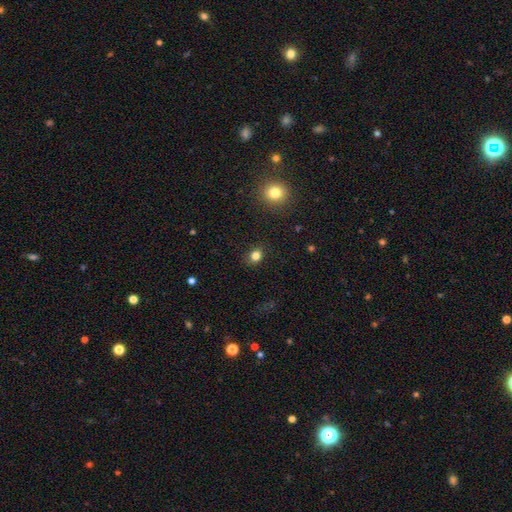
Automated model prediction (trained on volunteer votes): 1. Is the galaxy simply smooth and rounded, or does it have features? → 81% smooth, 14% star or artifact, 5% featured or disk.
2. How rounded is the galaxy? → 64% round, 35% in between, 1% cigar-shaped.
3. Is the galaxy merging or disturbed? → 86% none, 9% minor disturbance, 3% major disturbance, 1% merger.